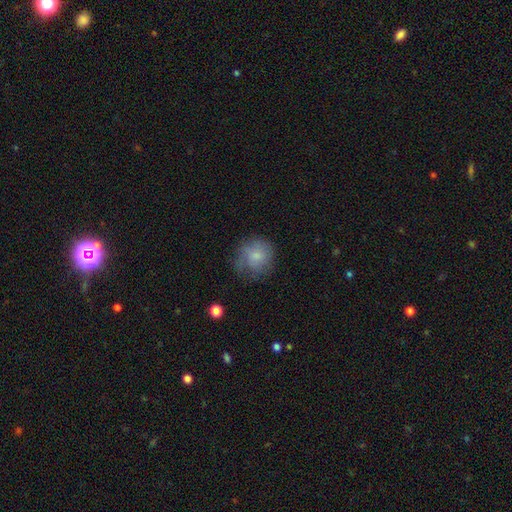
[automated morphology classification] This appears to be a smooth galaxy with no disk features (73%) that is round (84%). Merging: none (56%).